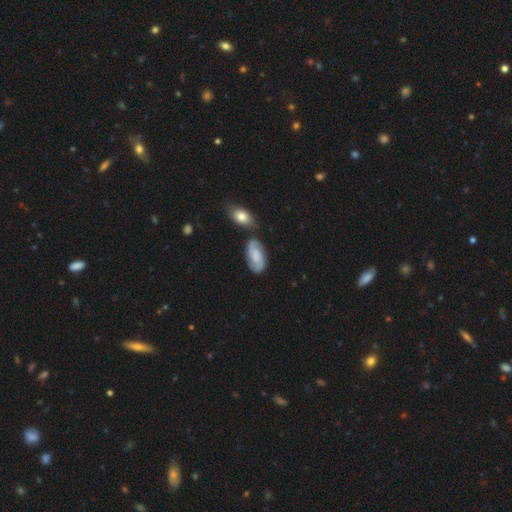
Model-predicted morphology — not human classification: Smooth or featured: featured or disk — 54% (smooth — 39%)
Edge-on disk: no — 95% (yes — 5%)
Bar: no — 57% (weak — 35%)
Spiral arms: yes — 90% (no — 10%)
Bulge size: none — 39% (small — 33%)
Merging: none — 66% (minor disturbance — 18%)